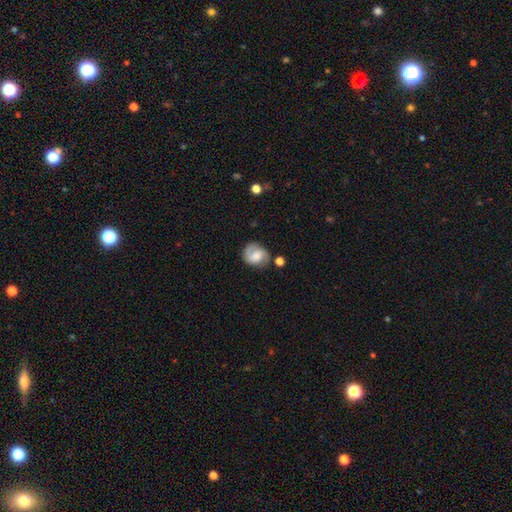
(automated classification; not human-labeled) This appears to be a featured or disk galaxy (49%). Merging: none (64%).